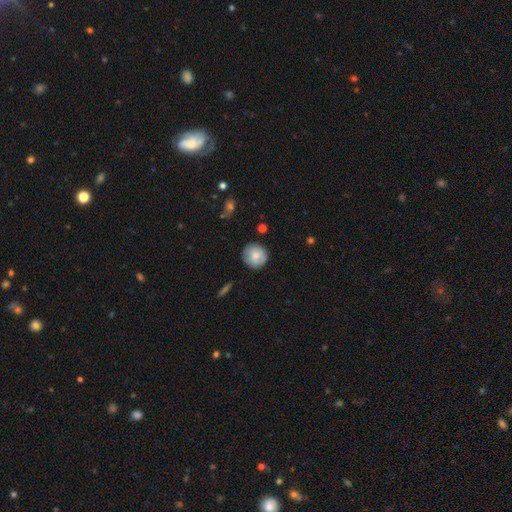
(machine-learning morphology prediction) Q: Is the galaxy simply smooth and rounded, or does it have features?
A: smooth — 76%.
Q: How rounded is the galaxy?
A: round — 92%.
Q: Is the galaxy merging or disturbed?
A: none — 84%.